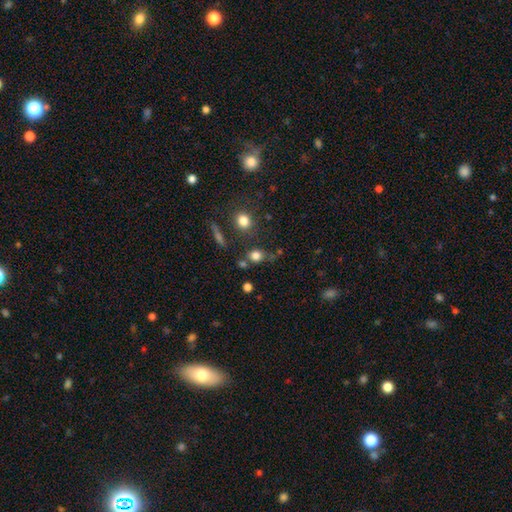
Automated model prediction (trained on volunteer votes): A smooth galaxy with no disk features (79%) that is round (73%).

Vote fractions:
- Smooth or featured? smooth: 79% / star or artifact: 13% / featured or disk: 8%
- How rounded? round: 73% / in between: 25% / cigar-shaped: 2%
- Merging? none: 65% / minor disturbance: 15% / merger: 14% / major disturbance: 6%